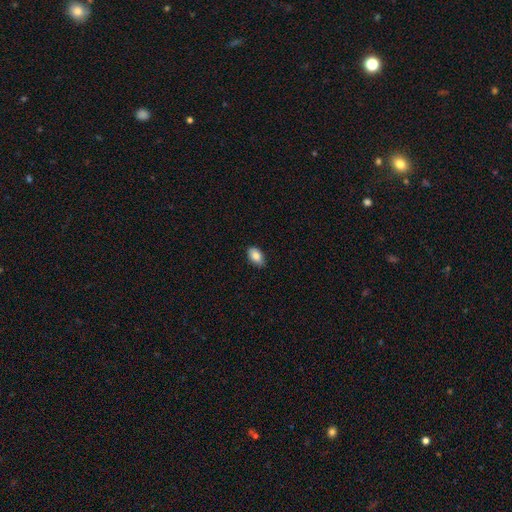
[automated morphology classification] Smooth or featured: smooth — 85% (featured or disk — 8%)
How rounded: in between — 93% (round — 6%)
Merging: none — 87% (minor disturbance — 10%)